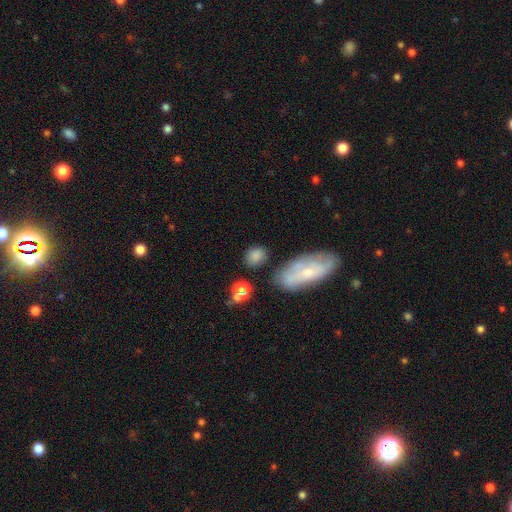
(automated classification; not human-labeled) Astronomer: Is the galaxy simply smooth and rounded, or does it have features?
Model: smooth — 79%.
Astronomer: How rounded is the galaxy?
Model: in between — 50% (runner-up: round, 47%).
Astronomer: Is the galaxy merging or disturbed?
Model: none — 73%.